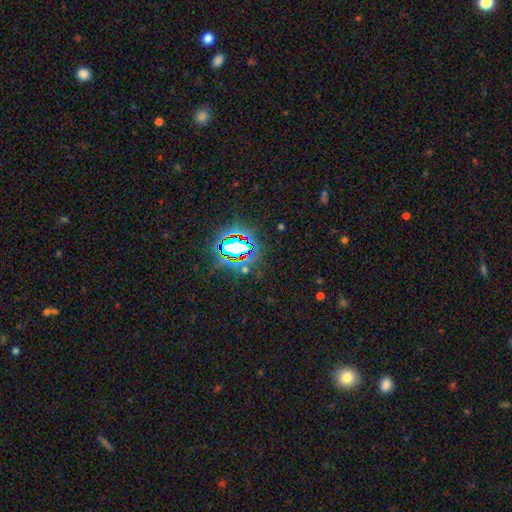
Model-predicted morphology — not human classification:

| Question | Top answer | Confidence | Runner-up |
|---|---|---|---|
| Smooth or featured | star or artifact | 79% | smooth (13%) |